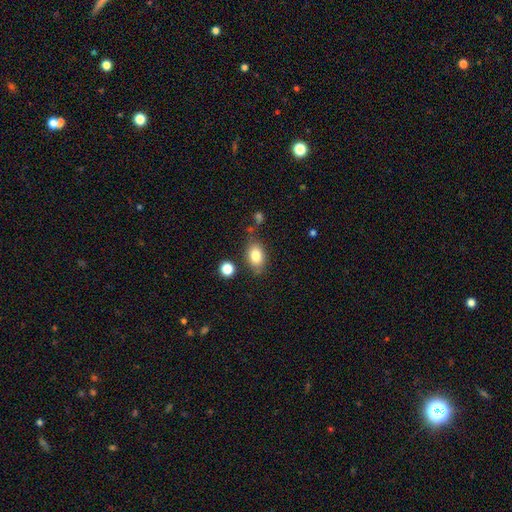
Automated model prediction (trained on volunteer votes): A smooth galaxy with no disk features (82%) that is in between round and cigar-shaped (81%).

Vote fractions:
- Smooth or featured? smooth: 82% / featured or disk: 9% / star or artifact: 9%
- How rounded? in between: 81% / round: 17% / cigar-shaped: 2%
- Merging? none: 74% / minor disturbance: 16% / merger: 6% / major disturbance: 4%